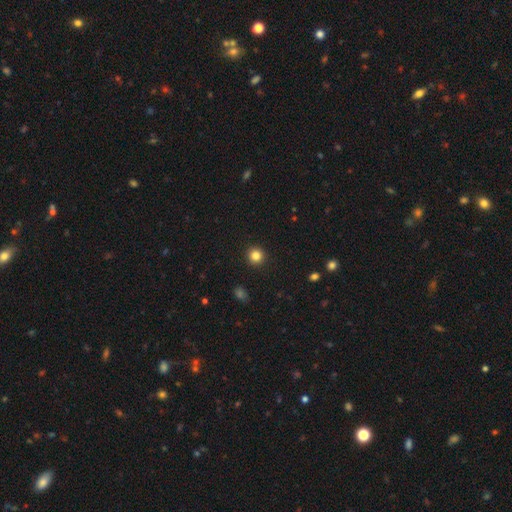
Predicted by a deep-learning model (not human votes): smooth_or_featured: smooth (p=0.83) [alt: star or artifact p=0.12]
how_rounded: round (p=0.95) [alt: in between p=0.04]
merging: none (p=0.93) [alt: minor disturbance p=0.04]